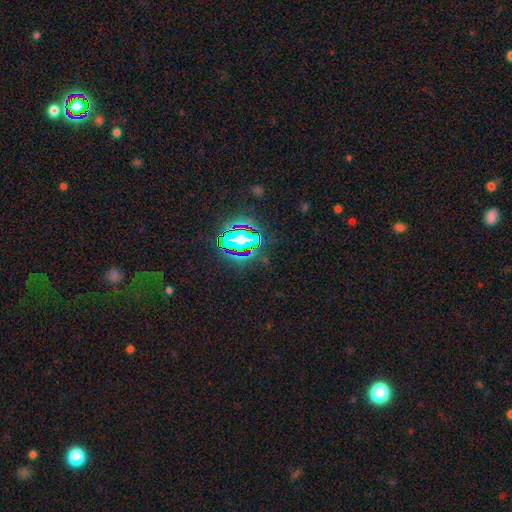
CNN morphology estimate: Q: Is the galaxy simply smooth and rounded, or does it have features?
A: star or artifact — 80%.